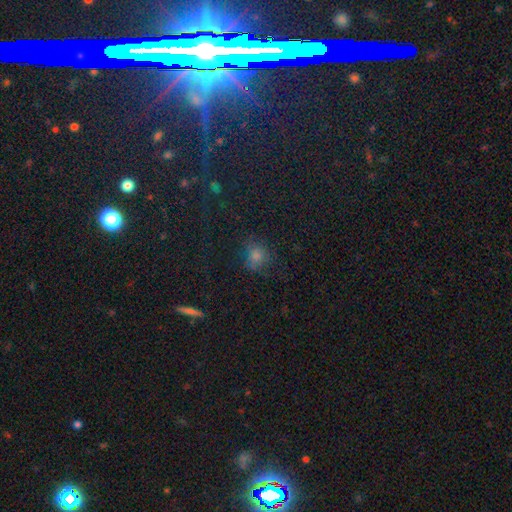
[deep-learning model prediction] Smooth or featured: smooth — 66% (star or artifact — 24%)
How rounded: round — 70% (in between — 28%)
Merging: none — 65% (minor disturbance — 19%)